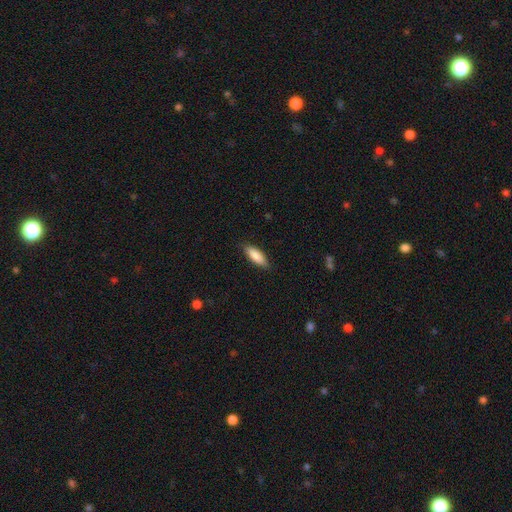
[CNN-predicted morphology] smooth-or-featured: smooth: 87% | featured or disk: 8% | star or artifact: 6%
  how-rounded: in between: 60% | cigar-shaped: 38% | round: 2%
  merging: none: 86% | minor disturbance: 11% | major disturbance: 2% | merger: 1%